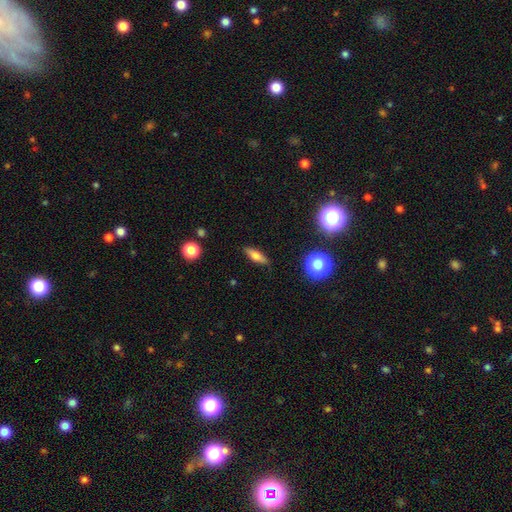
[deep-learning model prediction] This is likely a smooth galaxy (60%). How rounded: possibly cigar-shaped (50%). Merging: clearly none (87%).